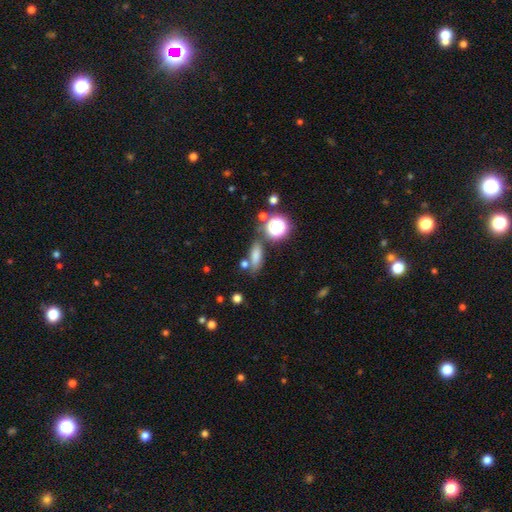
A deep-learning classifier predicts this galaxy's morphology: This is likely a smooth galaxy (73%). How rounded: possibly in between (55%). Merging: likely none (68%).